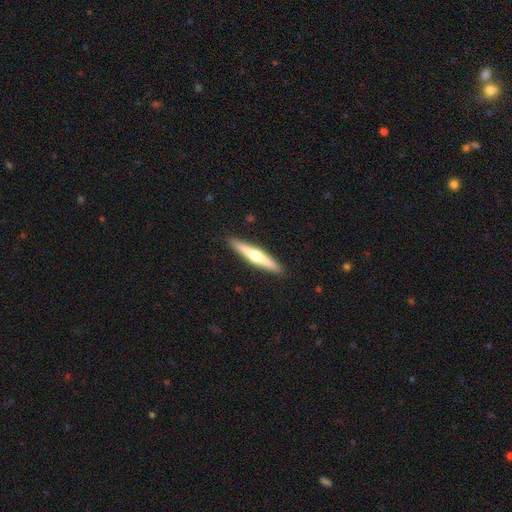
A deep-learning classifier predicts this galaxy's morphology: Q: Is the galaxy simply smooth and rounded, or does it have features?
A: featured or disk — 55%.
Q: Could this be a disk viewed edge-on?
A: yes — 96%.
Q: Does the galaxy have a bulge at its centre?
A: rounded — 89%.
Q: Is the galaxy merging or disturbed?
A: none — 91%.